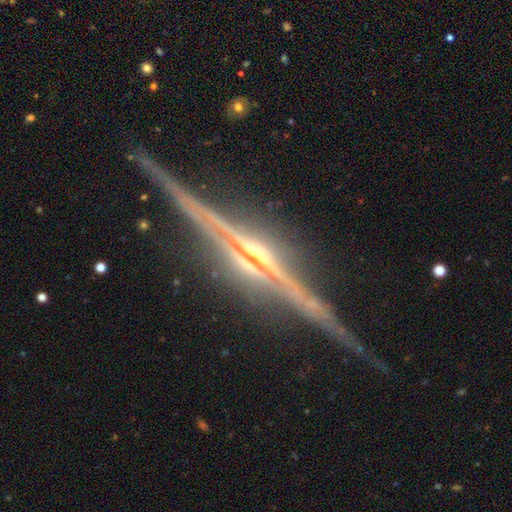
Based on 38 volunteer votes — A featured or disk galaxy (92%) viewed edge-on (97%) with a rounded central bulge (88%). Merging: none (78%).